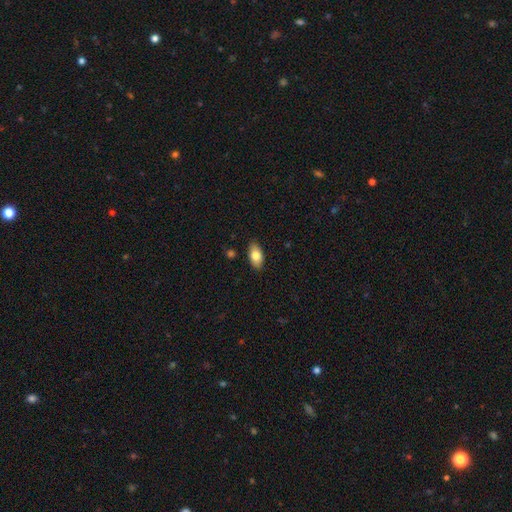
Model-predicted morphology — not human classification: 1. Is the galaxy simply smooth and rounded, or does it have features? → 79% smooth, 14% featured or disk, 7% star or artifact.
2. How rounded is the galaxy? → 93% in between, 4% round, 3% cigar-shaped.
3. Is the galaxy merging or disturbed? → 87% none, 9% minor disturbance, 2% major disturbance, 1% merger.